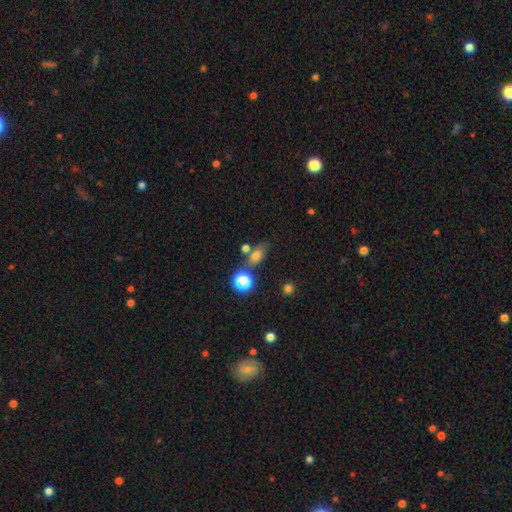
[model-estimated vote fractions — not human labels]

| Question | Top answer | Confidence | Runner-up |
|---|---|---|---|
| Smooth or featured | smooth | 67% | star or artifact (21%) |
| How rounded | in between | 71% | round (22%) |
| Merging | none | 59% | merger (21%) |